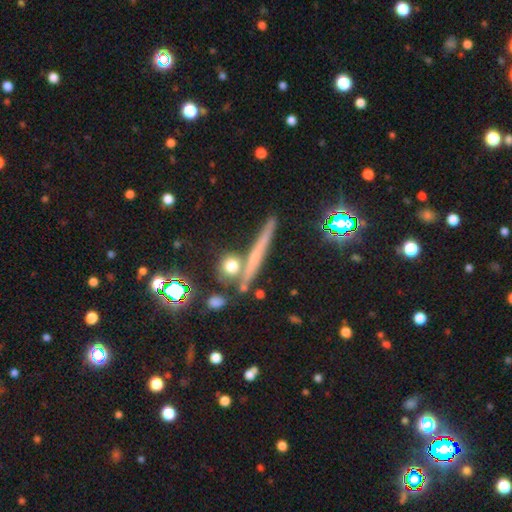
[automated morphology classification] Overall: smooth (41%; featured or disk 40%). Merging: none (80%).